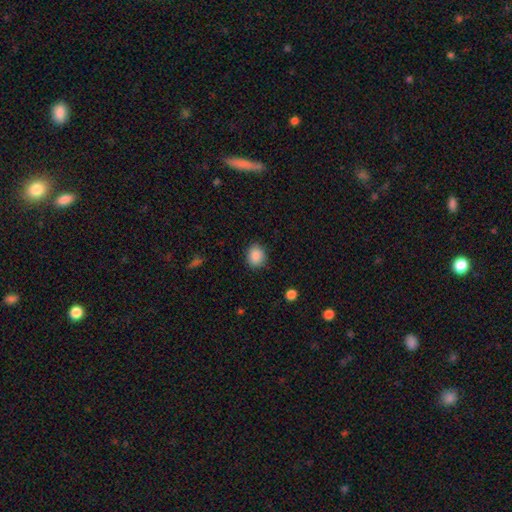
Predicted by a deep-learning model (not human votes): Smooth or featured?
  - smooth: 88% *
  - star or artifact: 9%
  - featured or disk: 3%
How rounded?
  - round: 61% *
  - in between: 38%
  - cigar-shaped: 1%
Merging?
  - none: 87% *
  - minor disturbance: 9%
  - major disturbance: 3%
  - merger: 1%